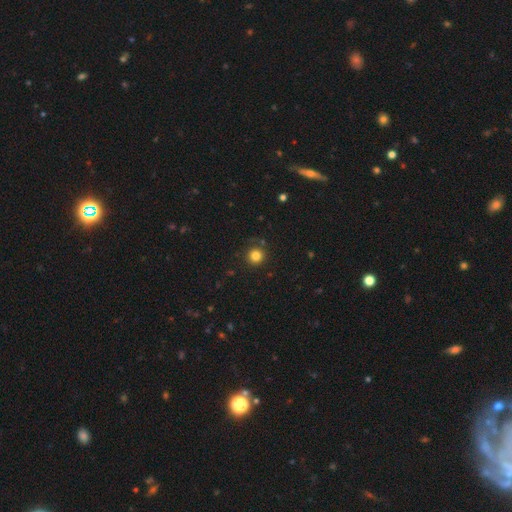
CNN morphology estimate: A smooth galaxy with no disk features (82%) that is round (95%). Merging: none (88%).